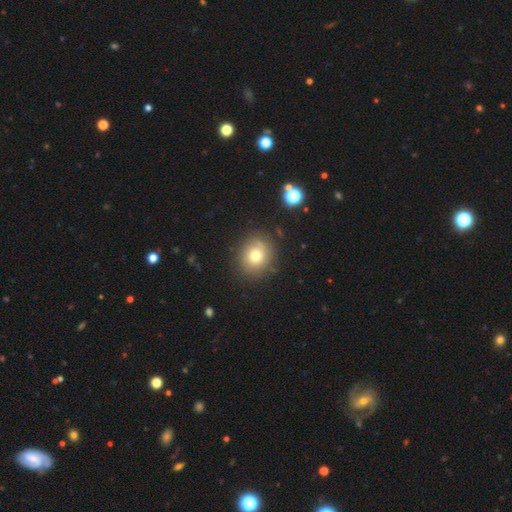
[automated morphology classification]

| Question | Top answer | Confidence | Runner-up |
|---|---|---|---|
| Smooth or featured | smooth | 72% | featured or disk (15%) |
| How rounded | round | 80% | in between (19%) |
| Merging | none | 82% | minor disturbance (12%) |